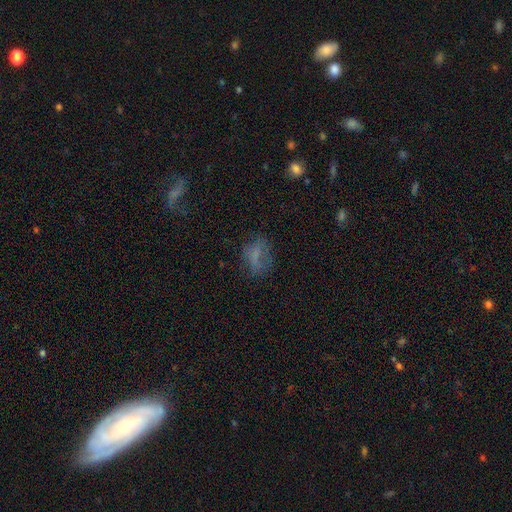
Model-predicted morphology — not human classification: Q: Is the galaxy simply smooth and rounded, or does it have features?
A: smooth — 57%.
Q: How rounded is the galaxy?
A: in between — 70%.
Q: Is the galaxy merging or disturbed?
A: none — 55%.